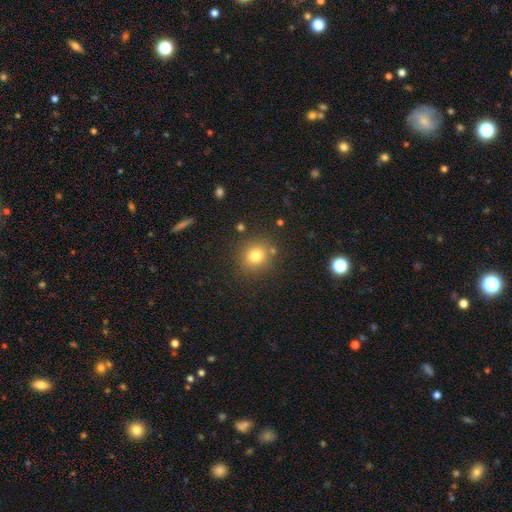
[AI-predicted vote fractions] smooth 79%, star or artifact 14%, featured or disk 7%. Down the decision tree: how rounded — round (83%); merging — none (83%).